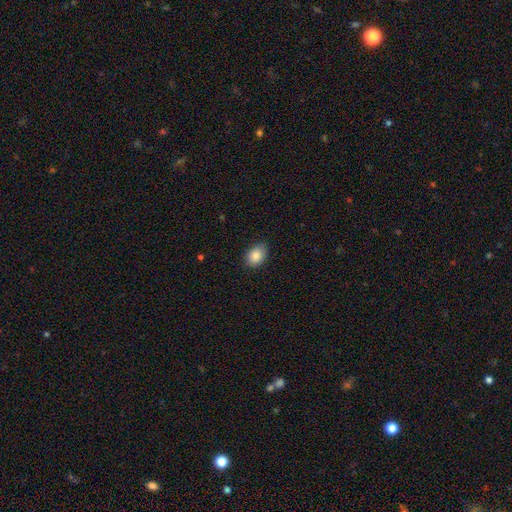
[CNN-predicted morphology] This is clearly a smooth galaxy (86%). How rounded: likely in between (74%). Merging: clearly none (84%).